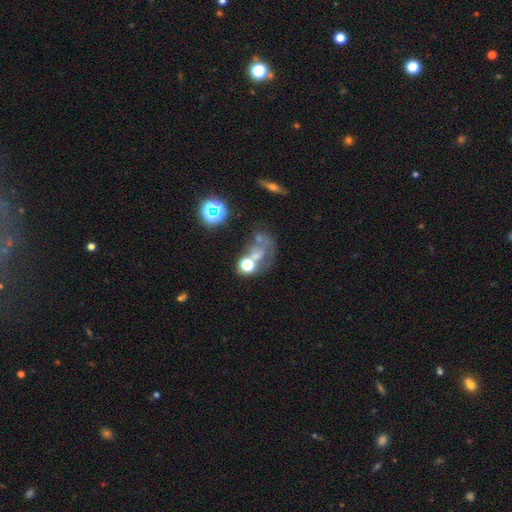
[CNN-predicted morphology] Q: Smooth or featured?
A: featured or disk (37%); runner-up: smooth (33%)
Q: Merging?
A: none (31%); runner-up: merger (28%)